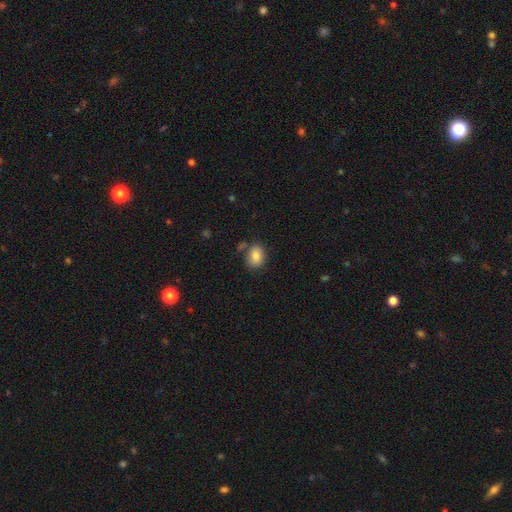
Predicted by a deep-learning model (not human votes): Morphology: type=smooth (84%); roundness=in between (70%); merging=none (70%).